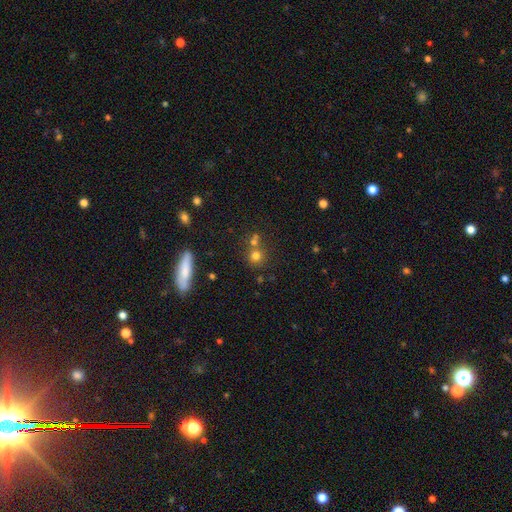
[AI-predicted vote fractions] Smooth or featured? Predicted: smooth (p=0.72). How rounded? Predicted: round (p=0.87). Merging? Predicted: none (p=0.59).